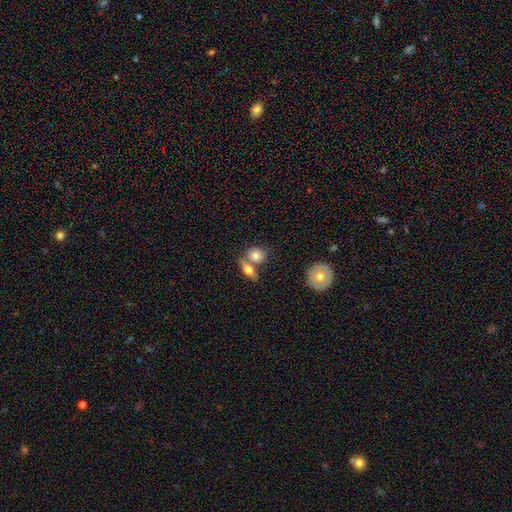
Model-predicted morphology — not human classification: A smooth galaxy with no disk features (77%) that is round (62%).

Vote fractions:
- Smooth or featured? smooth: 77% / featured or disk: 16% / star or artifact: 7%
- How rounded? round: 62% / in between: 35% / cigar-shaped: 3%
- Merging? none: 46% / merger: 41% / minor disturbance: 9% / major disturbance: 4%